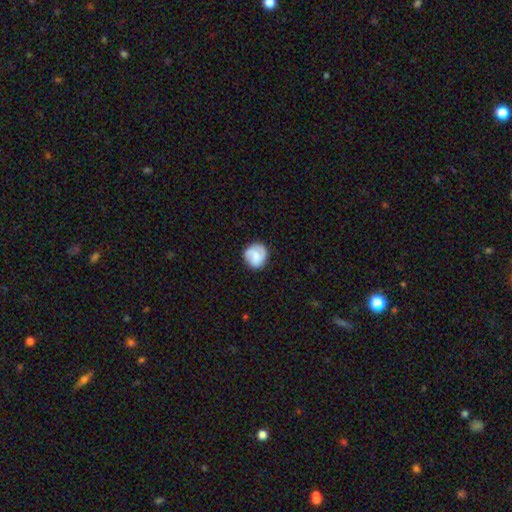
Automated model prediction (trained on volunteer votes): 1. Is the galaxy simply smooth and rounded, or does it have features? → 63% smooth, 30% featured or disk, 7% star or artifact.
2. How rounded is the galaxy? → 87% round, 12% in between, 1% cigar-shaped.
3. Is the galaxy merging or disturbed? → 79% none, 15% minor disturbance, 4% major disturbance, 1% merger.